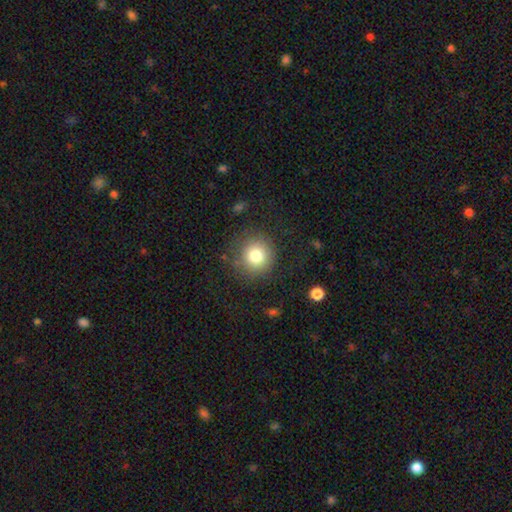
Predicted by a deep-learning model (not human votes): Overall: smooth (80%). How rounded: round (93%). Merging: none (83%).